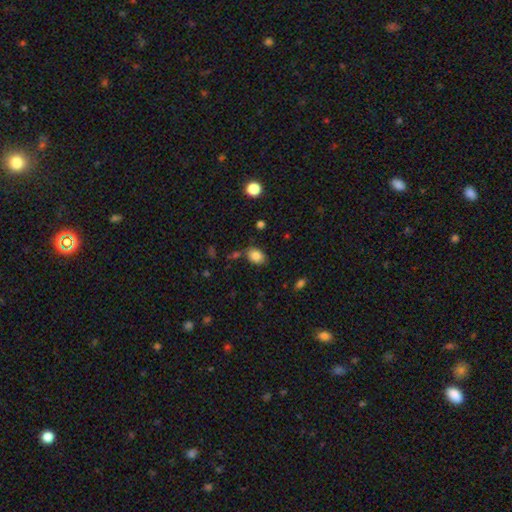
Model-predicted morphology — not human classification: Overall: smooth (85%). How rounded: in between (74%). Merging: none (76%).